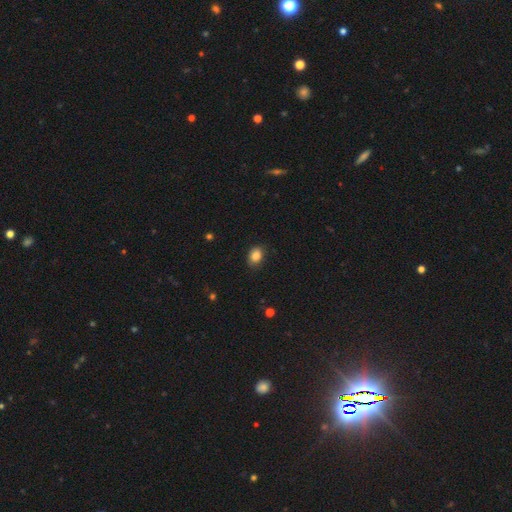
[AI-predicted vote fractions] Smooth or featured: smooth — 86% (star or artifact — 9%)
How rounded: in between — 68% (round — 31%)
Merging: none — 81% (minor disturbance — 15%)